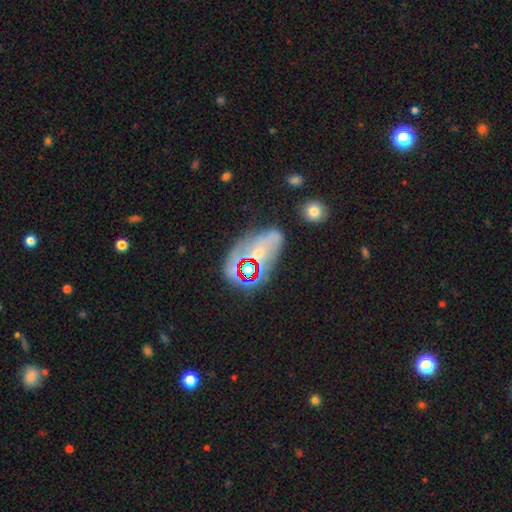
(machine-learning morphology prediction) Overall: featured or disk (41%; star or artifact 35%). Merging: none (54%; minor disturbance 20%).